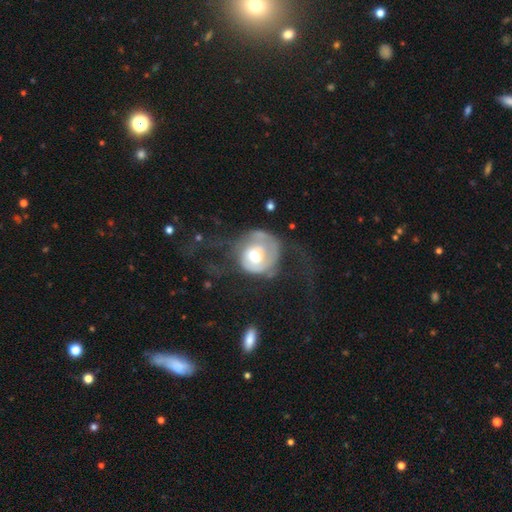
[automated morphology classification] Q: Smooth or featured?
A: featured or disk (52%); runner-up: smooth (42%)
Q: Edge-on disk?
A: no (97%); runner-up: yes (3%)
Q: Merging?
A: major disturbance (48%); runner-up: none (30%)